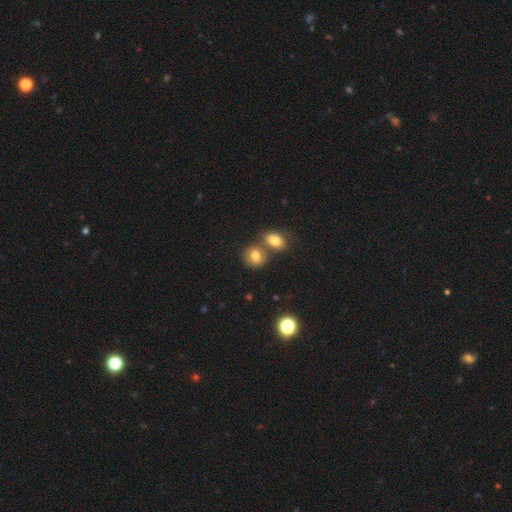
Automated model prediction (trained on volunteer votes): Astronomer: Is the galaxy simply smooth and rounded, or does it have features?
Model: smooth — 77%.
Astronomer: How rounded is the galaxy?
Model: round — 67%.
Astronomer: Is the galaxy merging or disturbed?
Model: none — 53% (runner-up: merger, 35%).